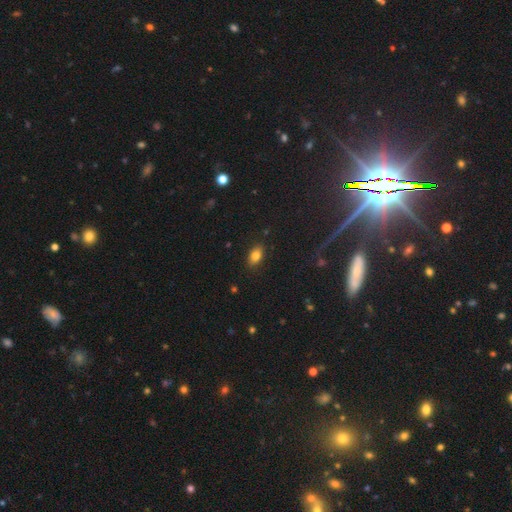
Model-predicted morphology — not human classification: smooth_or_featured: smooth (p=0.80) [alt: star or artifact p=0.10]
how_rounded: in between (p=0.87) [alt: round p=0.10]
merging: none (p=0.87) [alt: minor disturbance p=0.10]